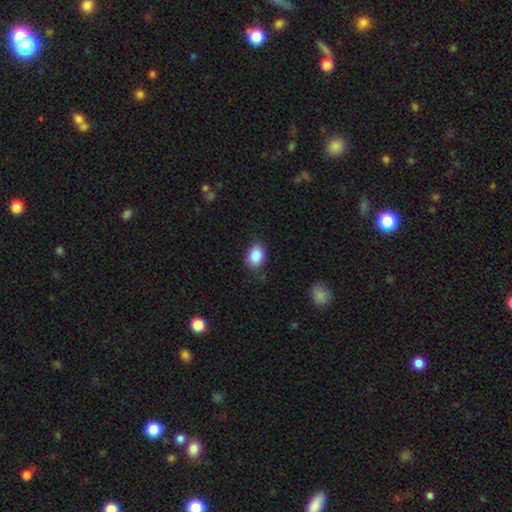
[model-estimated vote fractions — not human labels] This is clearly a smooth galaxy (87%). How rounded: likely in between (71%). Merging: likely none (76%).